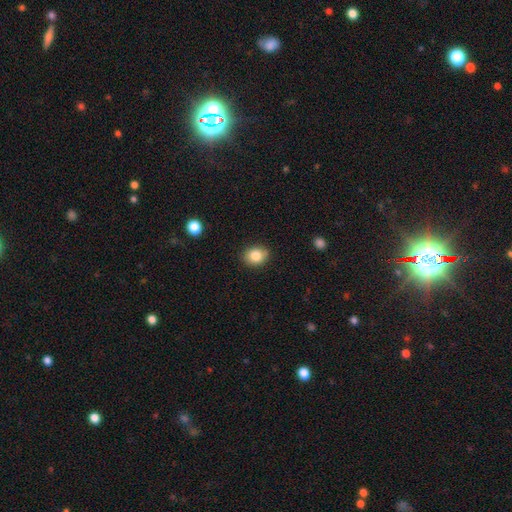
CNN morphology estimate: A smooth galaxy with no disk features (84%) that is round (56%). Merging: none (87%).